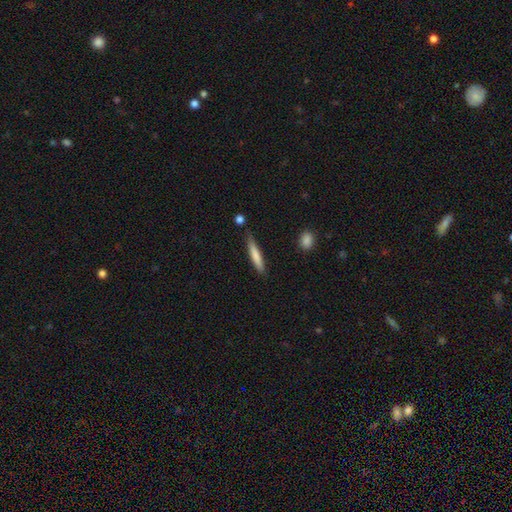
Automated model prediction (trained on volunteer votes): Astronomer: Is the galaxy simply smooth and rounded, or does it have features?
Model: smooth — 75%.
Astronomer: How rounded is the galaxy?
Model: cigar-shaped — 92%.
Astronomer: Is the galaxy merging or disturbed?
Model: none — 78%.